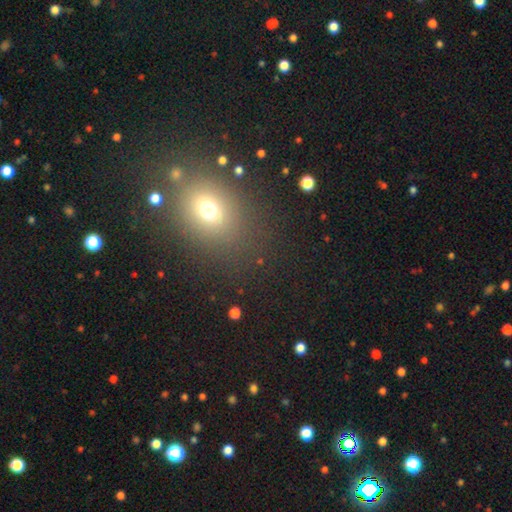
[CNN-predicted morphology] Q: Smooth or featured?
A: smooth (57%); runner-up: star or artifact (34%)
Q: How rounded?
A: in between (51%); runner-up: round (47%)
Q: Merging?
A: none (85%); runner-up: minor disturbance (8%)